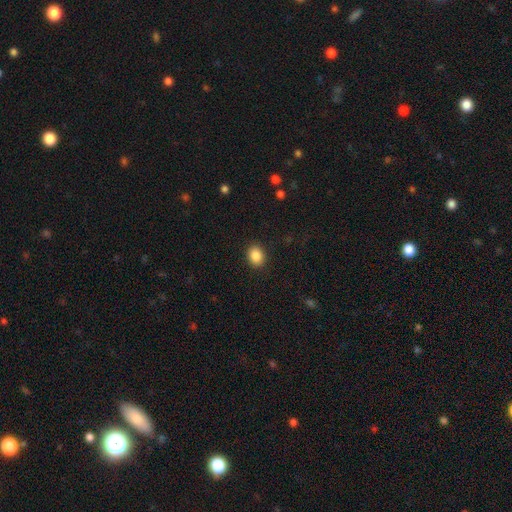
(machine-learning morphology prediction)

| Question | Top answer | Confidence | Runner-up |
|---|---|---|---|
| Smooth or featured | smooth | 87% | star or artifact (9%) |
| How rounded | in between | 53% | round (46%) |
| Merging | none | 90% | minor disturbance (7%) |